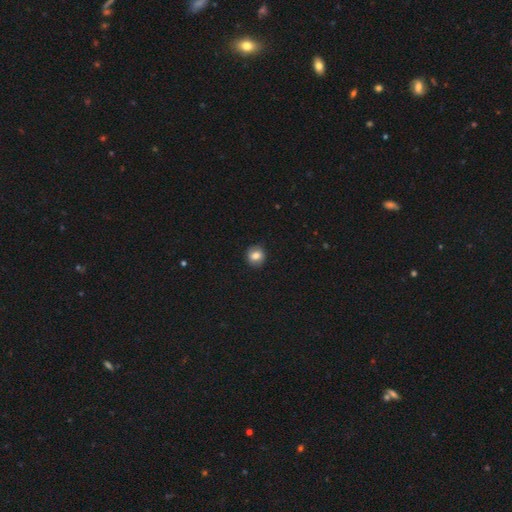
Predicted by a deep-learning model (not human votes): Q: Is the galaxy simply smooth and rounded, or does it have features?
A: smooth — 79%.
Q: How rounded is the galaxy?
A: round — 83%.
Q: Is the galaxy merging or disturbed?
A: none — 89%.